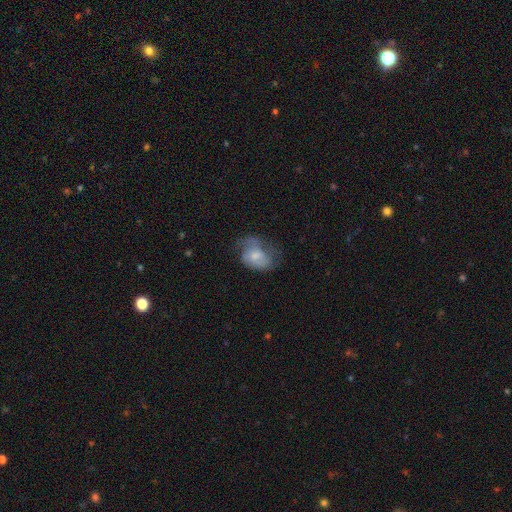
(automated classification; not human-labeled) The model was most divided on "smooth or featured": smooth: 48%, featured or disk: 44%, star or artifact: 7%. Remaining: merging — none (38%).